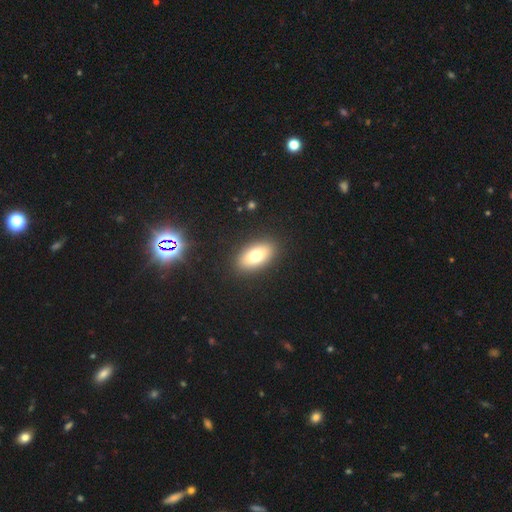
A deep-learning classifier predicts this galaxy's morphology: Overall: smooth (73%). How rounded: in between (90%). Merging: none (89%).